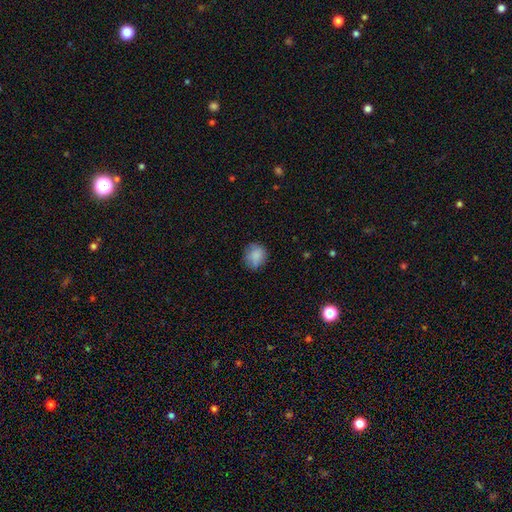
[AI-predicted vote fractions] This is clearly a smooth galaxy (84%). How rounded: likely round (77%). Merging: likely none (76%).